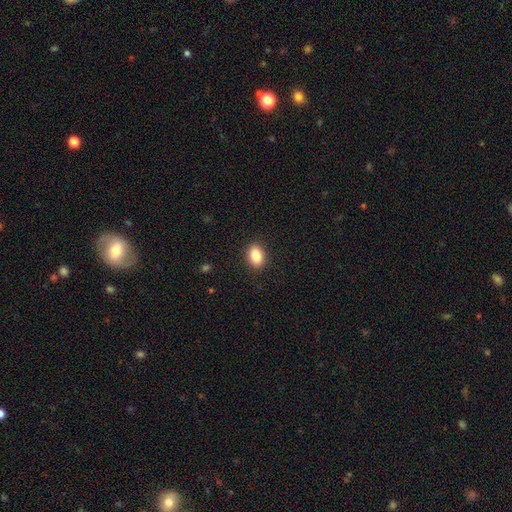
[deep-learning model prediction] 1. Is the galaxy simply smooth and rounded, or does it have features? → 86% smooth, 8% star or artifact, 5% featured or disk.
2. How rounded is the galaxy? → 83% in between, 15% round, 1% cigar-shaped.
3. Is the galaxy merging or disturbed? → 90% none, 7% minor disturbance, 2% major disturbance, 1% merger.